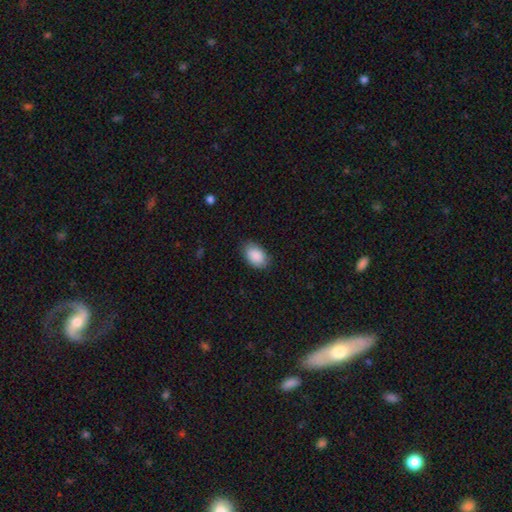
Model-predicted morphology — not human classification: Q: Smooth or featured?
A: smooth (90%); runner-up: star or artifact (6%)
Q: How rounded?
A: in between (90%); runner-up: round (9%)
Q: Merging?
A: none (82%); runner-up: minor disturbance (14%)